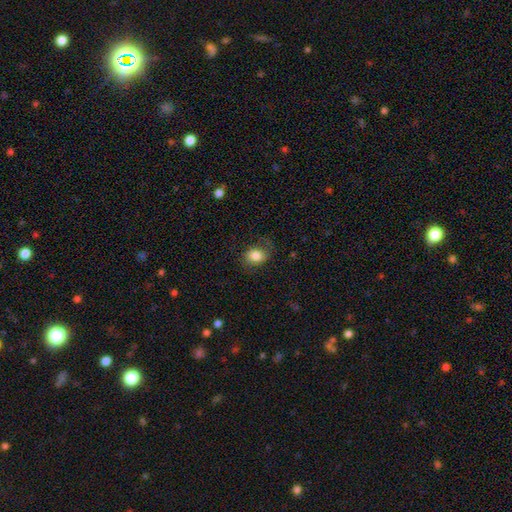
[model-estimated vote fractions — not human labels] The model was most divided on "how rounded": in between: 57%, round: 42%, cigar-shaped: 1%. More confident: smooth or featured — smooth (80%); merging — none (68%).